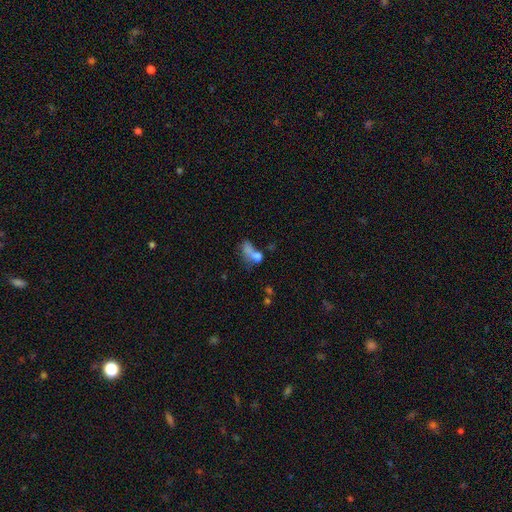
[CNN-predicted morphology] Q: Smooth or featured?
A: smooth (63%); runner-up: featured or disk (21%)
Q: How rounded?
A: in between (72%); runner-up: round (20%)
Q: Merging?
A: merger (48%); runner-up: major disturbance (22%)